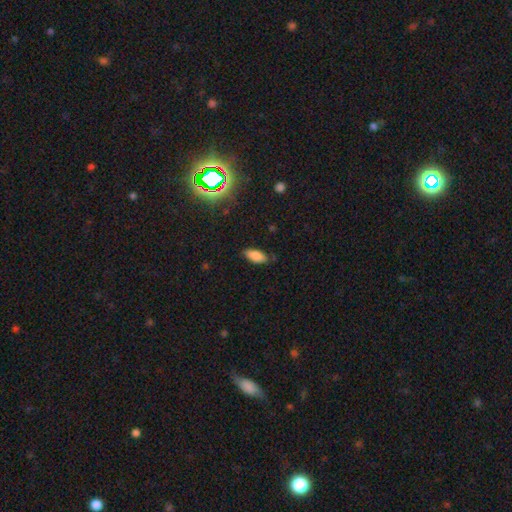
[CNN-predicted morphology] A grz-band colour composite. It shows a smooth galaxy with no disk features (82%) that is in between round and cigar-shaped (86%). Merging: none (80%).